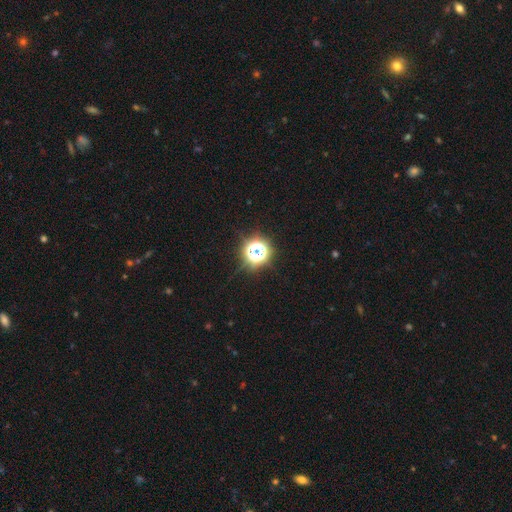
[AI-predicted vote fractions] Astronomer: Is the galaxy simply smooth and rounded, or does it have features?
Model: star or artifact — 62%.